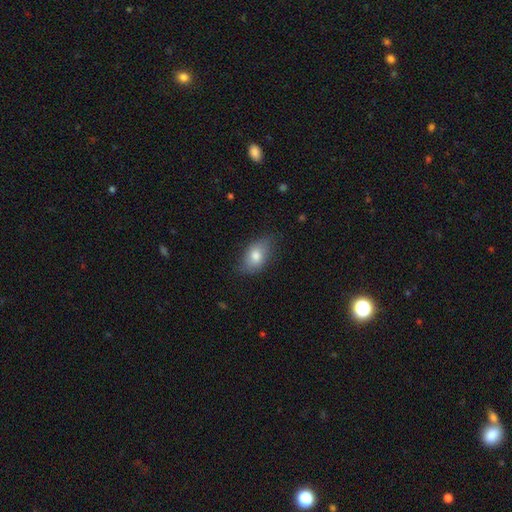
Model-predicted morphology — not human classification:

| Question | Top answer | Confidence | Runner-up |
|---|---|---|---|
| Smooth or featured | smooth | 78% | featured or disk (15%) |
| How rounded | in between | 87% | round (10%) |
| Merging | none | 72% | minor disturbance (22%) |